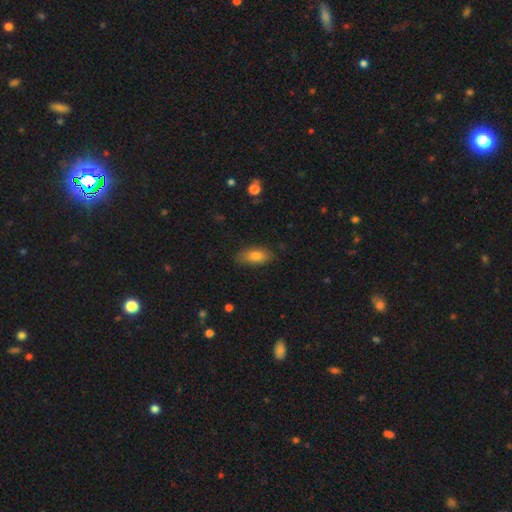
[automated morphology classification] type=smooth (79%); roundness=in between (83%); merging=none (82%).